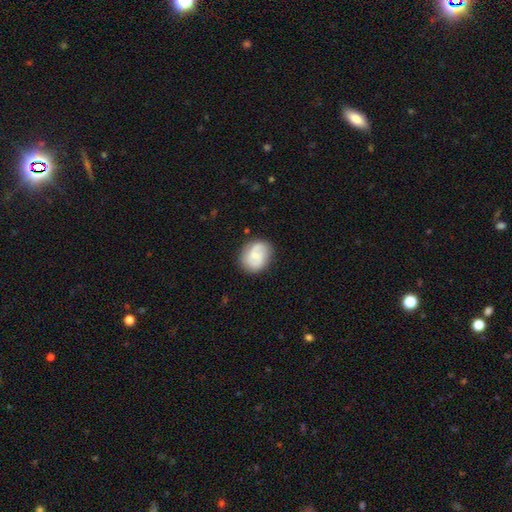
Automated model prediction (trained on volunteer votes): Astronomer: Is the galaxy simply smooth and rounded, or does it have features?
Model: featured or disk — 56% (runner-up: smooth, 37%).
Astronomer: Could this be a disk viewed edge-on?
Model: no — 98%.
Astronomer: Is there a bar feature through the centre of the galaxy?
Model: no — 52% (runner-up: weak, 41%).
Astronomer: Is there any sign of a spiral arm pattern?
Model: yes — 89%.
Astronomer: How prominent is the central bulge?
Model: small — 59%.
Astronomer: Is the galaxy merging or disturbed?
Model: none — 80%.